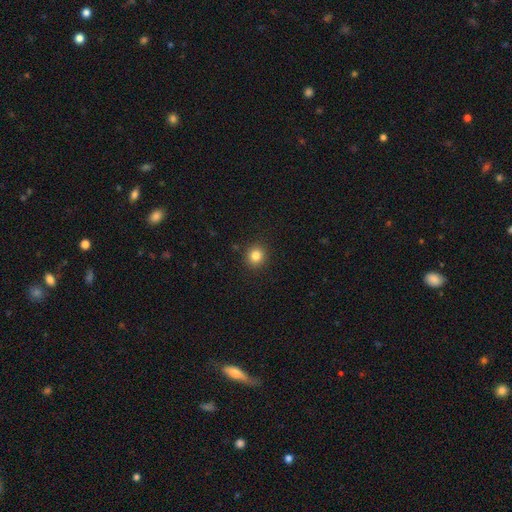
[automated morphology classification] This is clearly a smooth galaxy (83%). How rounded: clearly round (89%). Merging: clearly none (91%).